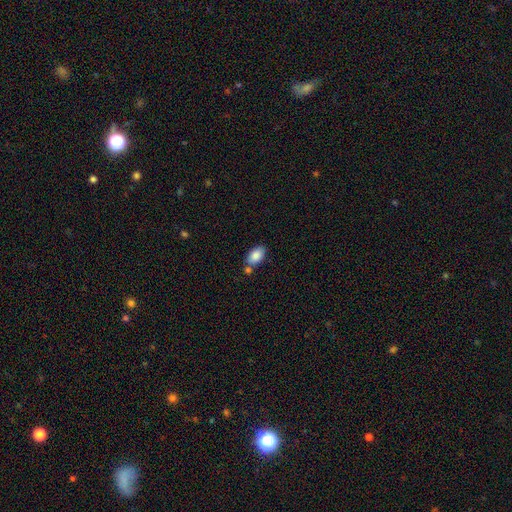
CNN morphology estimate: A smooth galaxy with no disk features (86%) that is in between round and cigar-shaped (92%).

Vote fractions:
- Smooth or featured? smooth: 86% / star or artifact: 7% / featured or disk: 6%
- How rounded? in between: 92% / round: 7% / cigar-shaped: 2%
- Merging? none: 64% / merger: 18% / minor disturbance: 14% / major disturbance: 4%